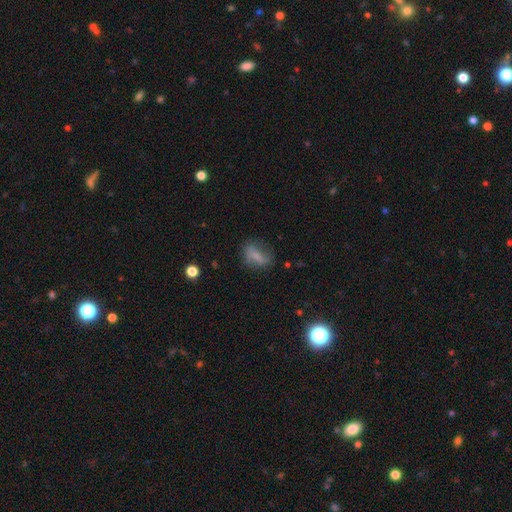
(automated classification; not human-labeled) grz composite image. It shows a smooth galaxy with no disk features (57%) that is in between round and cigar-shaped (68%). Merging: none (56%).